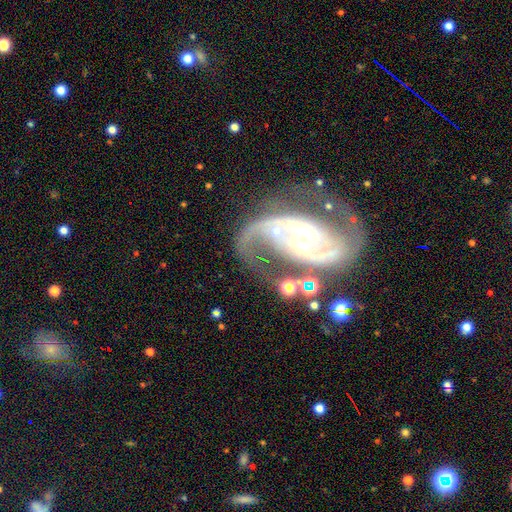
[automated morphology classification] smooth_or_featured: featured or disk (p=0.91) [alt: star or artifact p=0.05]
disk_edge_on: no (p=0.98) [alt: yes p=0.02]
bar: no (p=0.47) [alt: weak p=0.33]
has_spiral_arms: yes (p=0.98) [alt: no p=0.02]
spiral_winding: medium (p=0.56) [alt: tight p=0.26]
spiral_arm_count: 2 (p=0.90) [alt: 3 p=0.03]
bulge_size: small (p=0.57) [alt: moderate p=0.36]
merging: none (p=0.63) [alt: minor disturbance p=0.17]